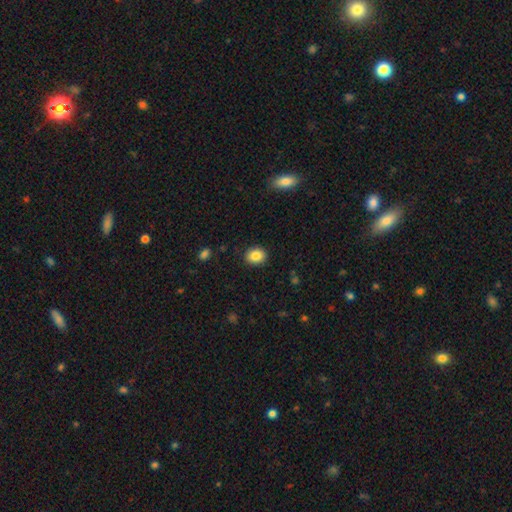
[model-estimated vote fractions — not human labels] smooth_or_featured: smooth (p=0.86) [alt: star or artifact p=0.09]
how_rounded: round (p=0.56) [alt: in between p=0.43]
merging: none (p=0.90) [alt: minor disturbance p=0.07]